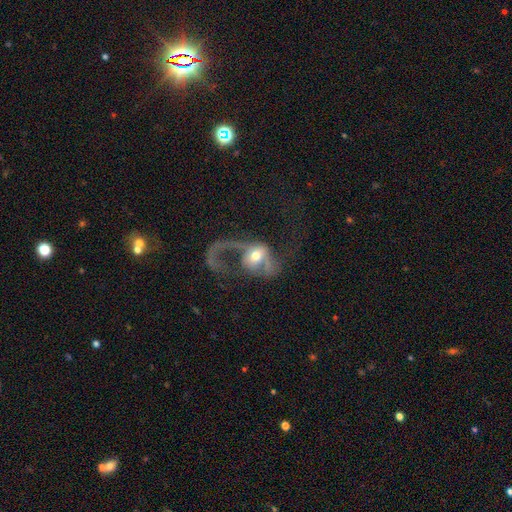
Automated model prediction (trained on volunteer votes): A featured or disk galaxy (60%) with no bar (74%), spiral arms (59%) and a moderate central bulge (66%). Merging: major disturbance (67%).